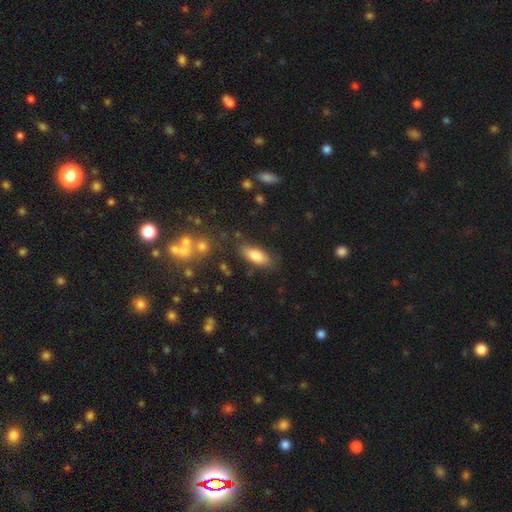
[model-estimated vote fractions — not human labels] Overall: smooth (81%). How rounded: in between (78%). Merging: none (77%).